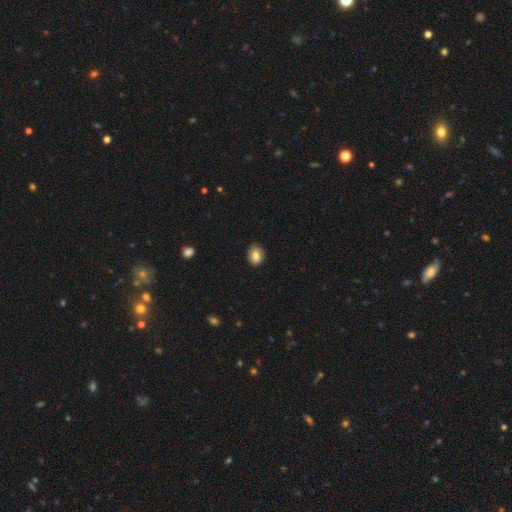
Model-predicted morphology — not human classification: This appears to be a smooth galaxy with no disk features (80%) that is in between round and cigar-shaped (61%). Merging: none (84%).